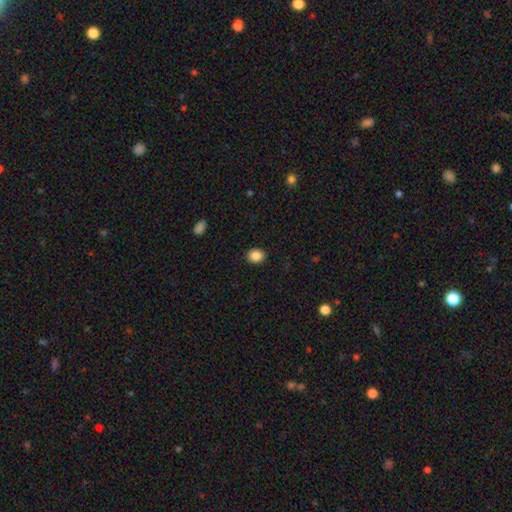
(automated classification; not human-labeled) Morphology: type=smooth (86%); roundness=round (54%); merging=none (90%).